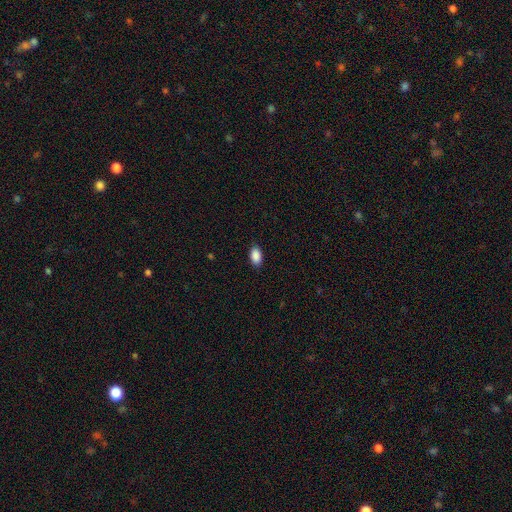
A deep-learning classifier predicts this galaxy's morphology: type=smooth (90%); roundness=in between (92%); merging=none (88%).